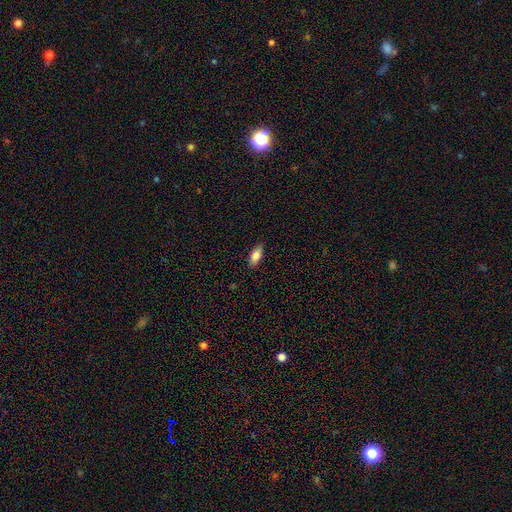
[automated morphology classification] type=smooth (82%); roundness=in between (84%); merging=none (85%).